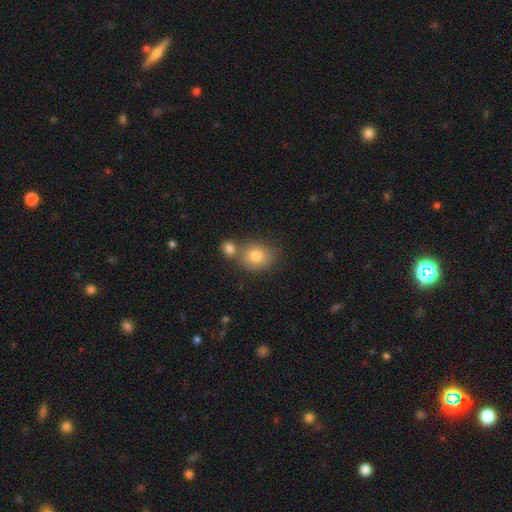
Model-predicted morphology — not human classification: A smooth galaxy with no disk features (78%) that is round (64%). Merging: none (54%).